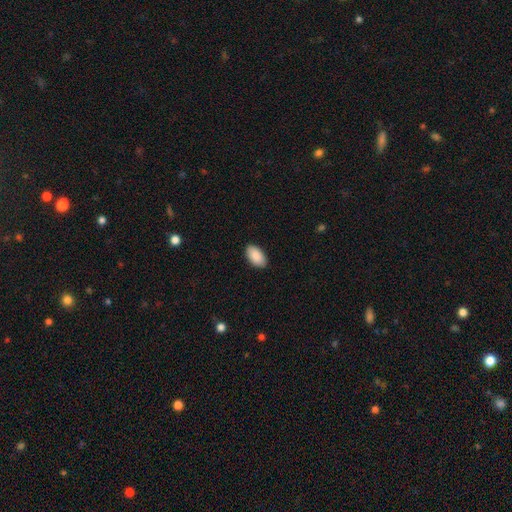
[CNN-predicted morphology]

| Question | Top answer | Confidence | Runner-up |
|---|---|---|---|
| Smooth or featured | smooth | 90% | star or artifact (6%) |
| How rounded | in between | 95% | round (3%) |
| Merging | none | 89% | minor disturbance (8%) |